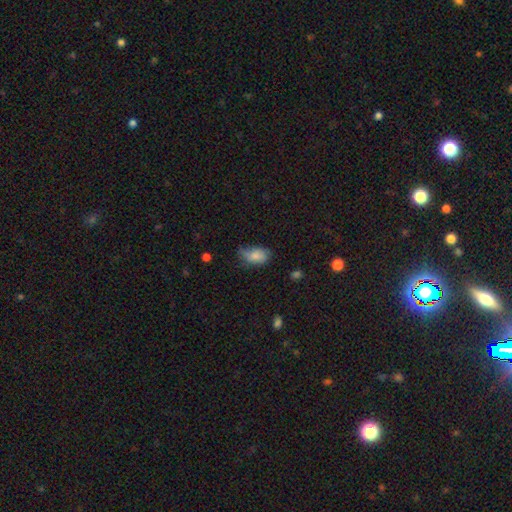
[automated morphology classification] A smooth galaxy with no disk features (79%) that is in between round and cigar-shaped (90%).

Vote fractions:
- Smooth or featured? smooth: 79% / featured or disk: 13% / star or artifact: 8%
- How rounded? in between: 90% / round: 8% / cigar-shaped: 2%
- Merging? none: 44% / minor disturbance: 40% / major disturbance: 14% / merger: 2%